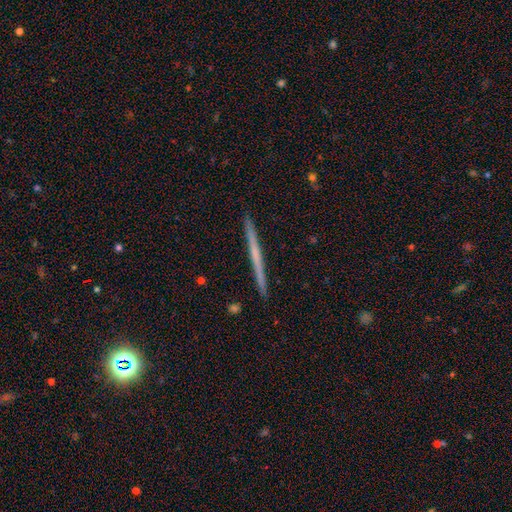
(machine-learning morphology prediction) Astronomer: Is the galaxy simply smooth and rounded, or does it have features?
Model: featured or disk — 58% (runner-up: smooth, 35%).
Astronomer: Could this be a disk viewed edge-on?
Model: yes — 98%.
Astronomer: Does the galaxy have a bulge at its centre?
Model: none — 81%.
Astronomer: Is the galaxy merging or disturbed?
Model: none — 93%.